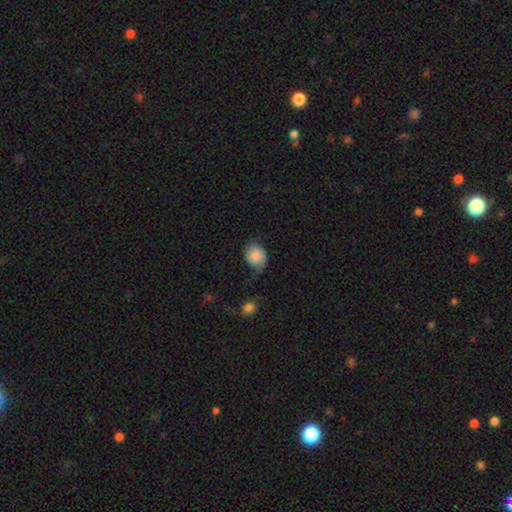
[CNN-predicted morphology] A smooth galaxy with no disk features (76%) that is in between round and cigar-shaped (54%).

Vote fractions:
- Smooth or featured? smooth: 76% / featured or disk: 16% / star or artifact: 7%
- How rounded? in between: 54% / round: 45% / cigar-shaped: 1%
- Merging? none: 44% / minor disturbance: 35% / major disturbance: 17% / merger: 4%